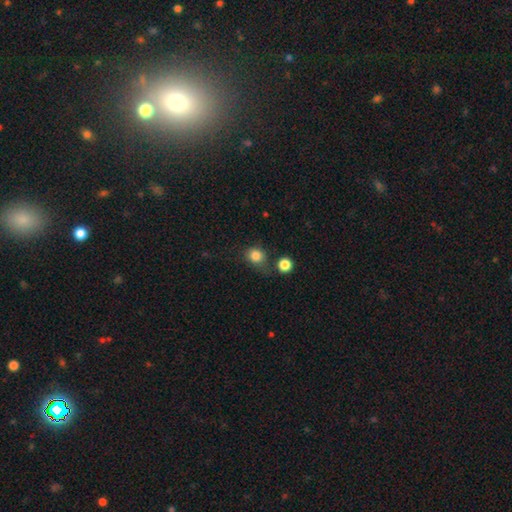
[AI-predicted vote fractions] Q: Smooth or featured?
A: smooth (83%); runner-up: star or artifact (11%)
Q: How rounded?
A: round (77%); runner-up: in between (22%)
Q: Merging?
A: none (59%); runner-up: minor disturbance (20%)